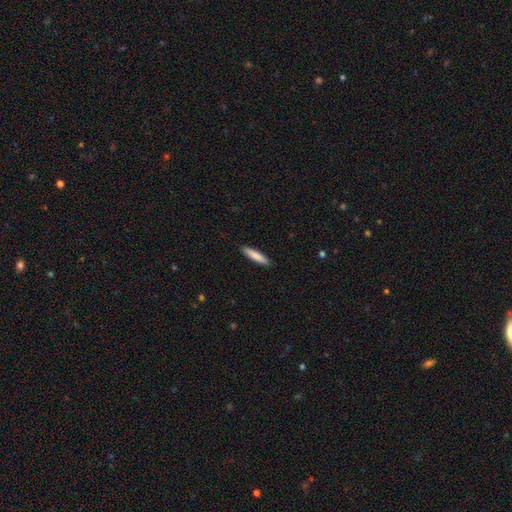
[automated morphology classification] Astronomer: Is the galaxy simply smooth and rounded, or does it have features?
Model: smooth — 81%.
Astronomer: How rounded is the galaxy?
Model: cigar-shaped — 86%.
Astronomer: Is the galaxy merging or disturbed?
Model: none — 91%.